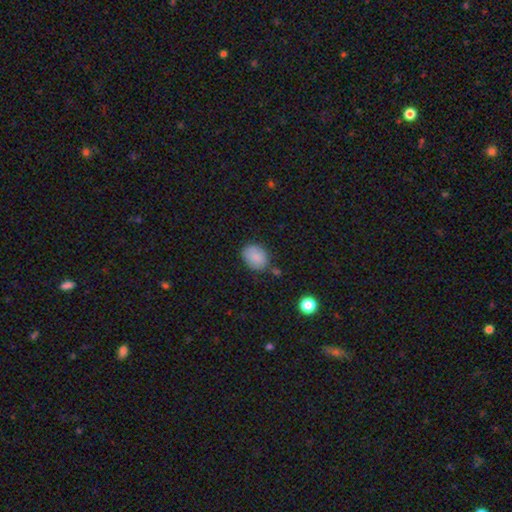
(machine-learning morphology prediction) This is clearly a smooth galaxy (86%). How rounded: likely in between (64%). Merging: likely none (73%).